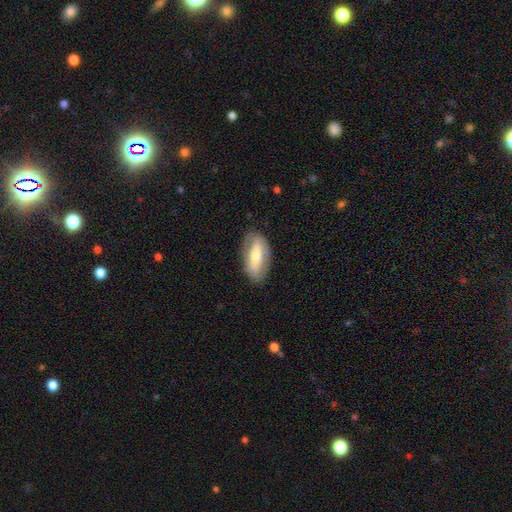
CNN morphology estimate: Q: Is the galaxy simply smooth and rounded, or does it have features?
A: featured or disk — 50%.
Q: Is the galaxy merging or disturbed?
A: none — 81%.